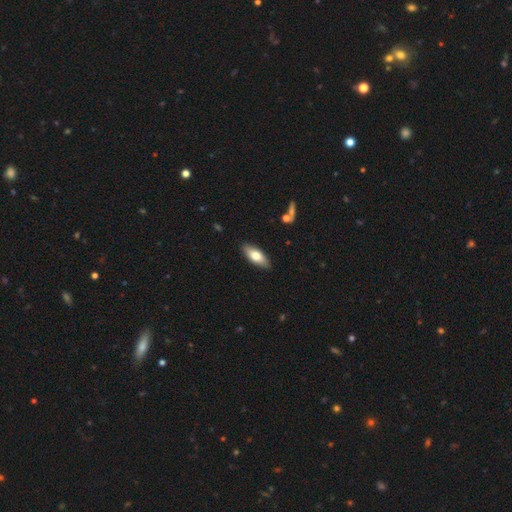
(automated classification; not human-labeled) A smooth galaxy with no disk features (72%) that is in between round and cigar-shaped (74%). Merging: none (88%).